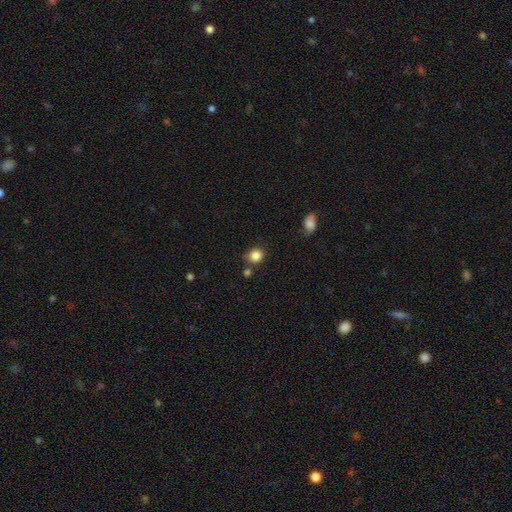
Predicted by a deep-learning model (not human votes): The model was most divided on "merging": none: 73%, minor disturbance: 15%, merger: 9%, major disturbance: 4%. More confident: smooth or featured — smooth (85%); how rounded — round (84%).